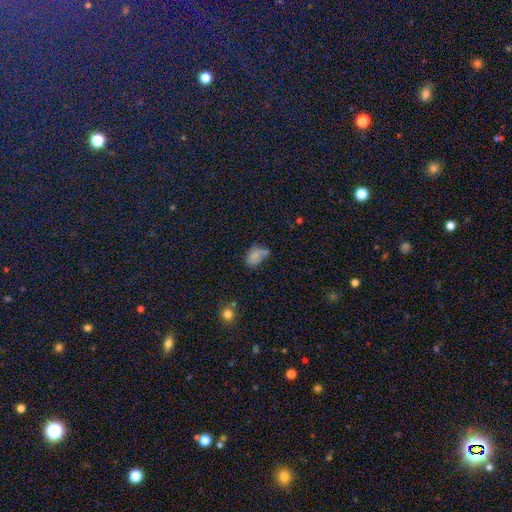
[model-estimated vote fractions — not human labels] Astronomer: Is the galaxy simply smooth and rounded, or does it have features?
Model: smooth — 73%.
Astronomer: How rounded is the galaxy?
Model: in between — 83%.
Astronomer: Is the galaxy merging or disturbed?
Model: none — 44% (runner-up: minor disturbance, 28%).